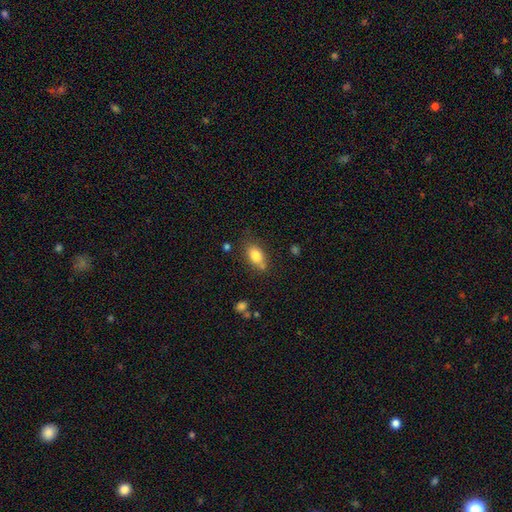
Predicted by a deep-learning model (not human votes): A smooth galaxy with no disk features (80%) that is in between round and cigar-shaped (84%).

Vote fractions:
- Smooth or featured? smooth: 80% / featured or disk: 12% / star or artifact: 8%
- How rounded? in between: 84% / round: 10% / cigar-shaped: 7%
- Merging? none: 67% / minor disturbance: 21% / merger: 7% / major disturbance: 5%